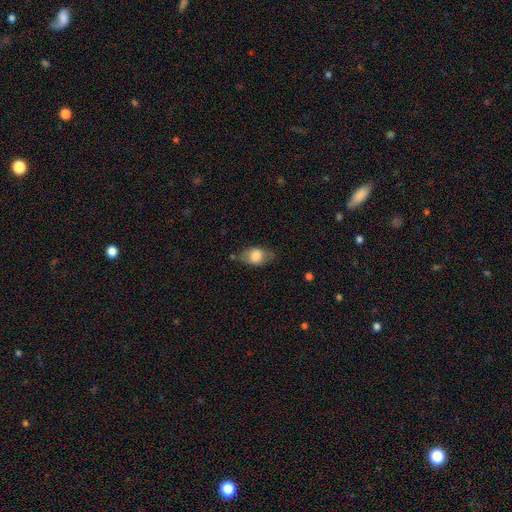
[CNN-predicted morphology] A smooth galaxy with no disk features (73%) that is in between round and cigar-shaped (84%).

Vote fractions:
- Smooth or featured? smooth: 73% / featured or disk: 20% / star or artifact: 7%
- How rounded? in between: 84% / round: 13% / cigar-shaped: 3%
- Merging? none: 68% / minor disturbance: 22% / major disturbance: 7% / merger: 3%